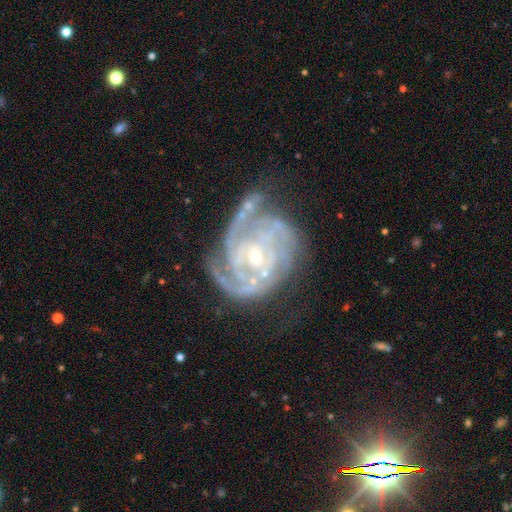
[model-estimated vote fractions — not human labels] smooth_or_featured: featured or disk (p=0.89) [alt: star or artifact p=0.06]
disk_edge_on: no (p=0.98) [alt: yes p=0.02]
bar: no (p=0.63) [alt: weak p=0.28]
has_spiral_arms: yes (p=0.97) [alt: no p=0.03]
spiral_winding: tight (p=0.67) [alt: medium p=0.29]
spiral_arm_count: 3 (p=0.33) [alt: 2 p=0.19]
bulge_size: small (p=0.71) [alt: moderate p=0.24]
merging: none (p=0.54) [alt: minor disturbance p=0.24]